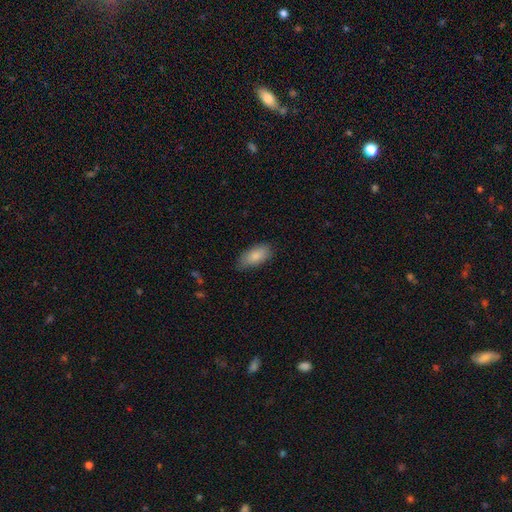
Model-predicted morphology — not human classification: type=smooth (85%); roundness=in between (90%); merging=none (75%).